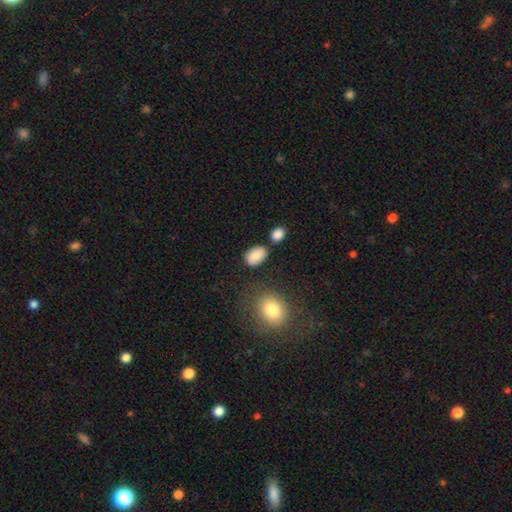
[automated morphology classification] smooth 86%, star or artifact 8%, featured or disk 7%. Down the decision tree: how rounded — in between (87%); merging — none (74%).